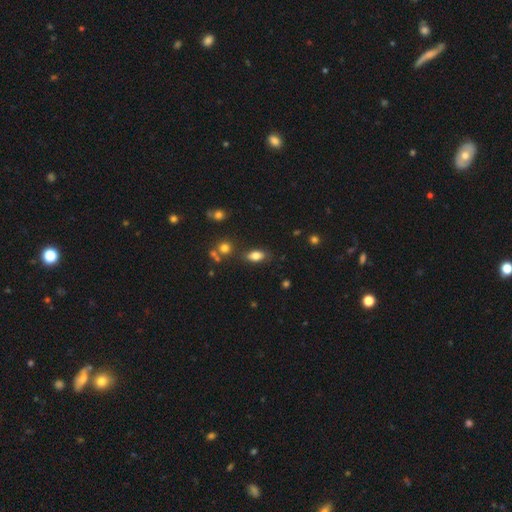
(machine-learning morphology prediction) Overall: smooth (81%). How rounded: in between (87%). Merging: none (78%).